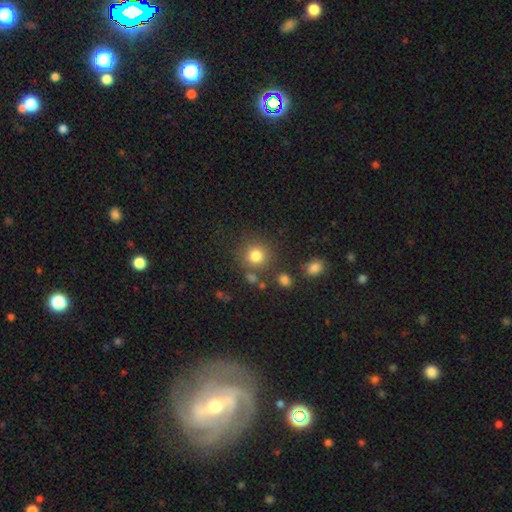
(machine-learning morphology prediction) This is clearly a smooth galaxy (81%). How rounded: clearly round (91%). Merging: likely none (78%).